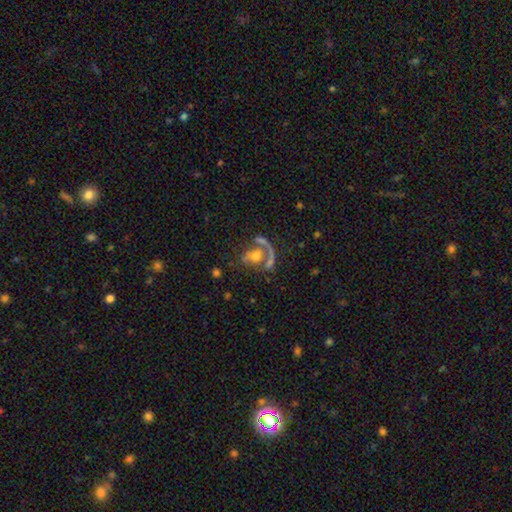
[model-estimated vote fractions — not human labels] smooth-or-featured: featured or disk: 70% | smooth: 19% | star or artifact: 10%
  disk-edge-on: no: 97% | yes: 3%
    bar: no: 67% | weak: 23% | strong: 9%
    has-spiral-arms: yes: 78% | no: 22%
      spiral-winding: loose: 45% | medium: 38% | tight: 17%
      spiral-arm-count: 1: 72% | 2: 20% | can't tell: 4% | 3: 2% | 4: 1% | more than 4: 1%
    bulge-size: moderate: 52% | small: 23% | large: 15% | none: 7% | dominant: 3%
  merging: none: 37% | major disturbance: 26% | merger: 24% | minor disturbance: 13%